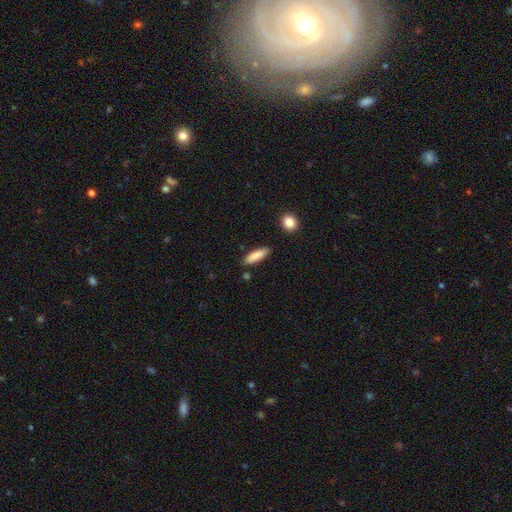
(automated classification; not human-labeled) Overall: smooth (86%). How rounded: cigar-shaped (57%; in between 42%). Merging: none (83%).